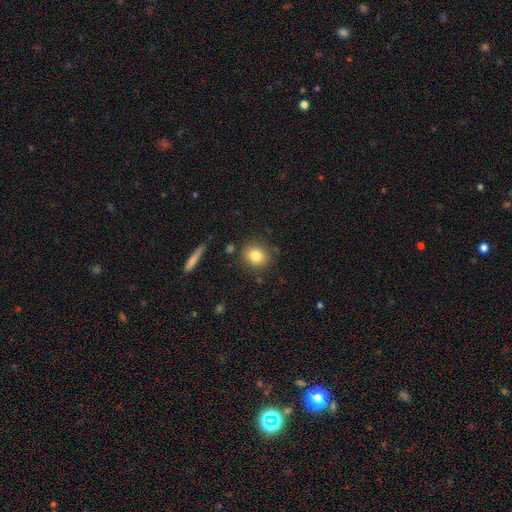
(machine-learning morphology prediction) smooth 82%, star or artifact 10%, featured or disk 8%. Down the decision tree: how rounded — round (79%); merging — none (84%).